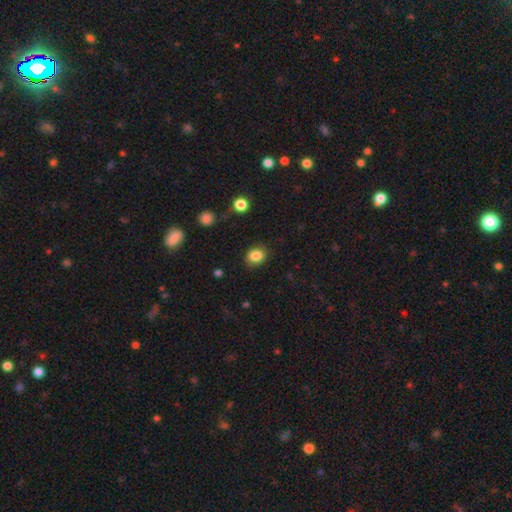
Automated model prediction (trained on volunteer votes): smooth_or_featured: smooth (p=0.84) [alt: star or artifact p=0.10]
how_rounded: round (p=0.54) [alt: in between p=0.45]
merging: none (p=0.84) [alt: minor disturbance p=0.12]